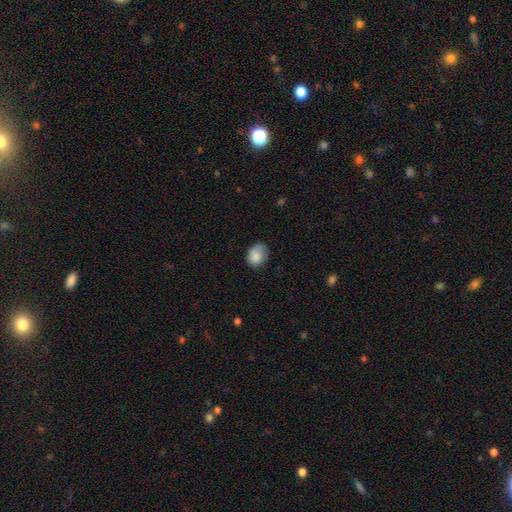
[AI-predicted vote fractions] A smooth galaxy with no disk features (86%) that is in between round and cigar-shaped (63%). Merging: none (66%).